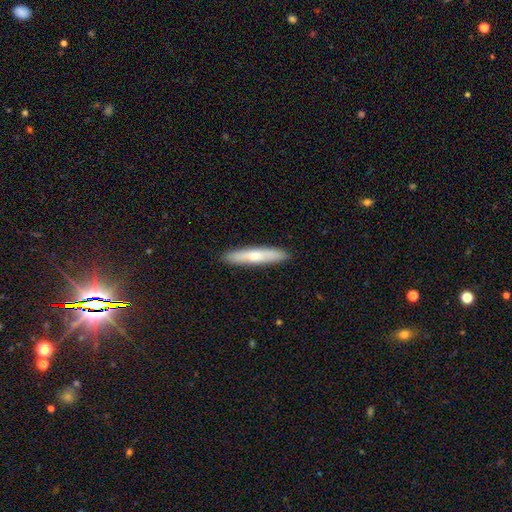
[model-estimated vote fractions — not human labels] Smooth or featured?
  - smooth: 59% *
  - featured or disk: 36%
  - star or artifact: 6%
How rounded?
  - cigar-shaped: 91% *
  - in between: 7%
  - round: 1%
Merging?
  - none: 91% *
  - minor disturbance: 6%
  - major disturbance: 1%
  - merger: 1%